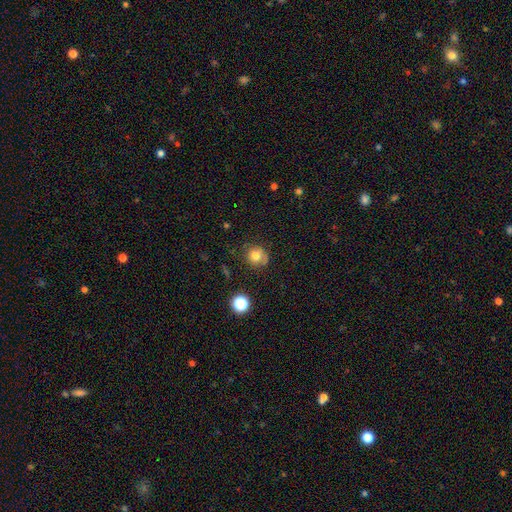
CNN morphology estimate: A smooth galaxy with no disk features (76%) that is round (86%).

Vote fractions:
- Smooth or featured? smooth: 76% / star or artifact: 12% / featured or disk: 11%
- How rounded? round: 86% / in between: 13% / cigar-shaped: 1%
- Merging? none: 69% / minor disturbance: 21% / major disturbance: 6% / merger: 4%